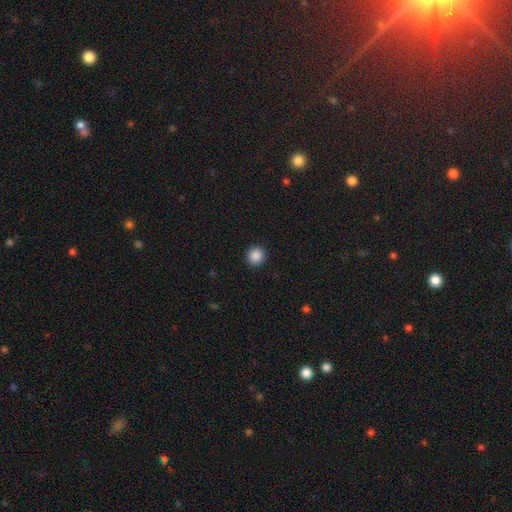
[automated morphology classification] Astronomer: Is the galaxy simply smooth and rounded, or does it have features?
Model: smooth — 88%.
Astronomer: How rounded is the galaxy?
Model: round — 95%.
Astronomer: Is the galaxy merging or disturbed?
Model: none — 93%.